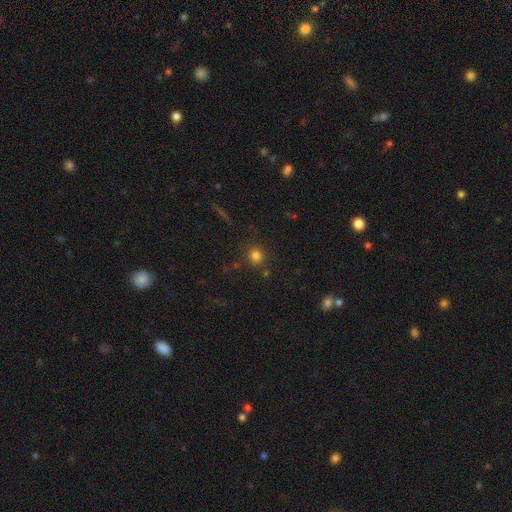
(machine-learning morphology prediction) Overall: smooth (78%). How rounded: round (86%). Merging: none (83%).